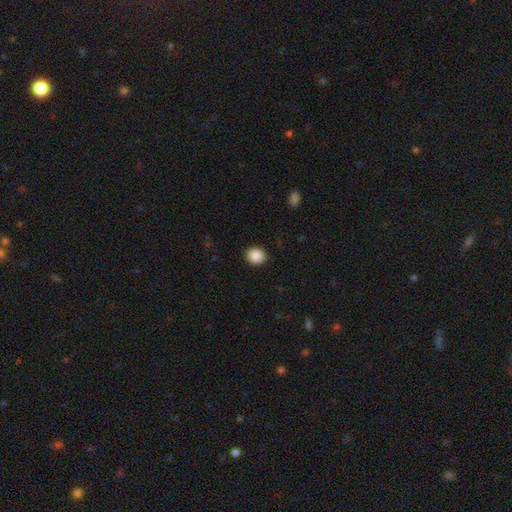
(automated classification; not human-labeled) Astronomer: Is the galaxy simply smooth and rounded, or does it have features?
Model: smooth — 89%.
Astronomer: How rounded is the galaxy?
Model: round — 74%.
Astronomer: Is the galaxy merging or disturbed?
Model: none — 90%.